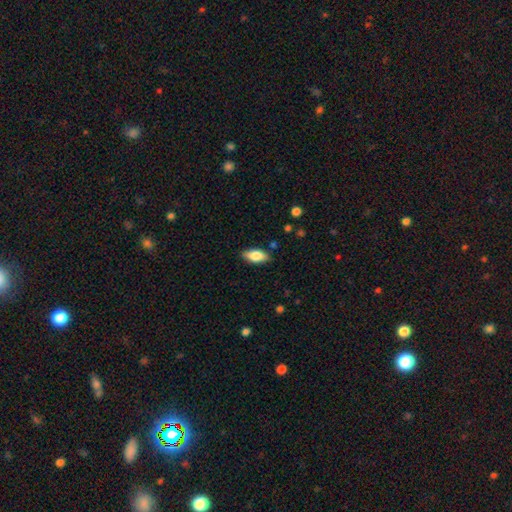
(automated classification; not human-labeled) smooth-or-featured: smooth: 77% | featured or disk: 16% | star or artifact: 7%
  how-rounded: in between: 86% | cigar-shaped: 11% | round: 3%
  merging: none: 85% | minor disturbance: 11% | major disturbance: 2% | merger: 1%